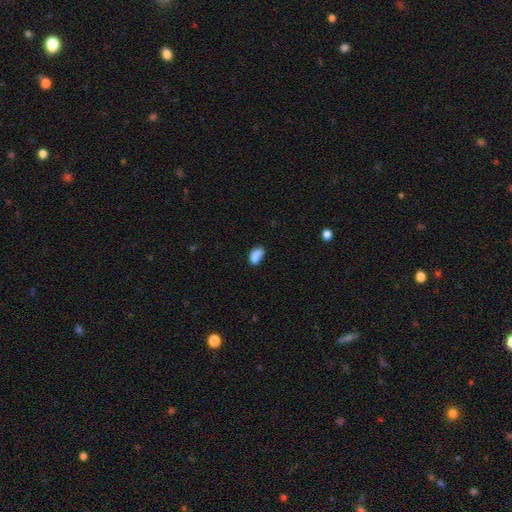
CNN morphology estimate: Smooth or featured? smooth (83%)
How rounded? in between (89%)
Merging? none (51%)